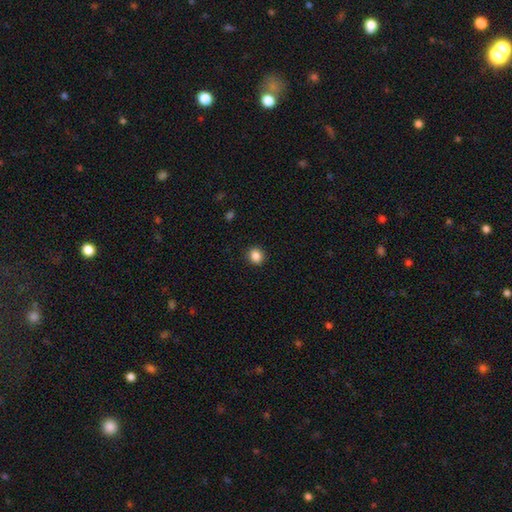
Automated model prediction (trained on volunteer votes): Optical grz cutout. It shows a smooth galaxy with no disk features (86%) that is round (79%). Merging: none (91%).